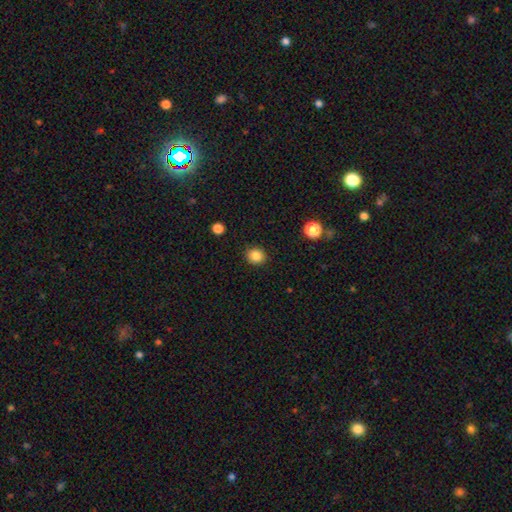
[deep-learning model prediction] smooth 85%, star or artifact 11%, featured or disk 4%. Down the decision tree: how rounded — round (80%); merging — none (89%).